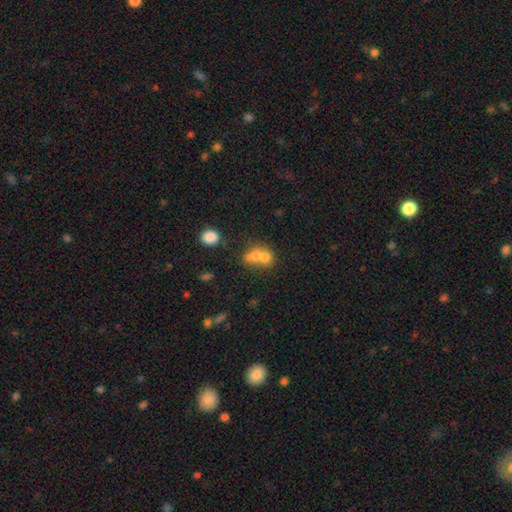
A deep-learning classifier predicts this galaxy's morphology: Smooth or featured?
  - smooth: 66% *
  - featured or disk: 20%
  - star or artifact: 13%
How rounded?
  - round: 64% *
  - in between: 34%
  - cigar-shaped: 1%
Merging?
  - merger: 67% *
  - none: 24%
  - minor disturbance: 6%
  - major disturbance: 3%